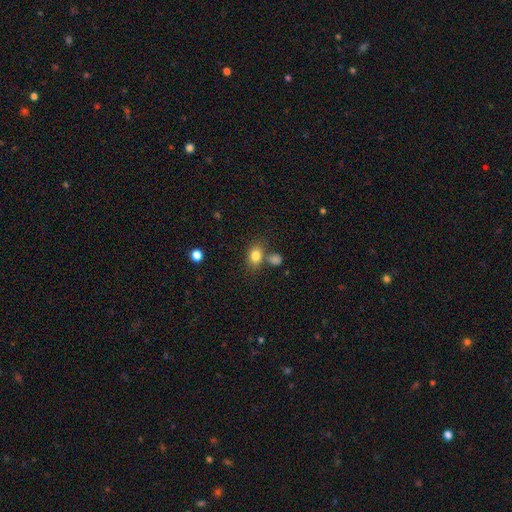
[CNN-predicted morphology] Overall: smooth (81%). How rounded: in between (66%; round 33%). Merging: none (62%).